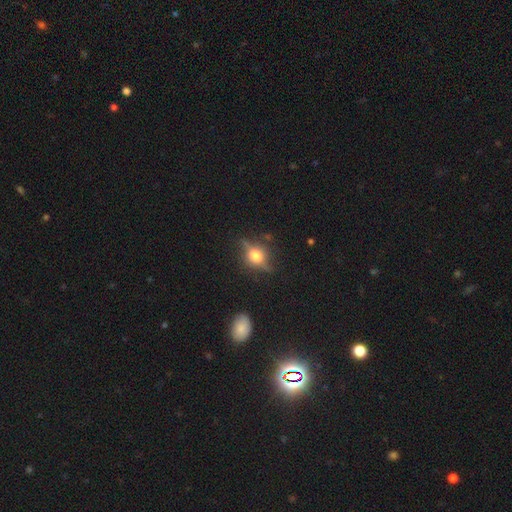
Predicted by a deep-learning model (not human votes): This is possibly a featured or disk galaxy (55%). It is clearly viewed edge-on (86%). Merging: likely none (77%).